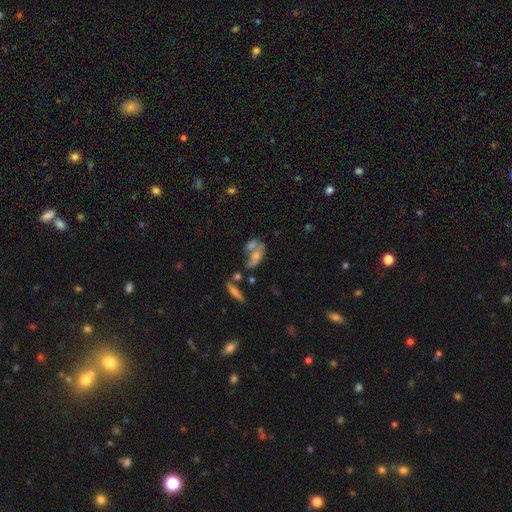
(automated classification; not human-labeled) Smooth or featured: featured or disk — 44% (smooth — 43%)
Merging: merger — 48% (none — 26%)